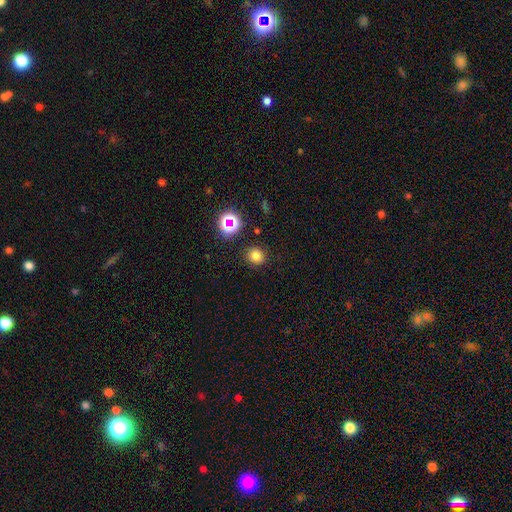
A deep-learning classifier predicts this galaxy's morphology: A smooth galaxy with no disk features (77%) that is round (87%).

Vote fractions:
- Smooth or featured? smooth: 77% / star or artifact: 17% / featured or disk: 6%
- How rounded? round: 87% / in between: 12% / cigar-shaped: 1%
- Merging? none: 89% / minor disturbance: 6% / major disturbance: 2% / merger: 2%